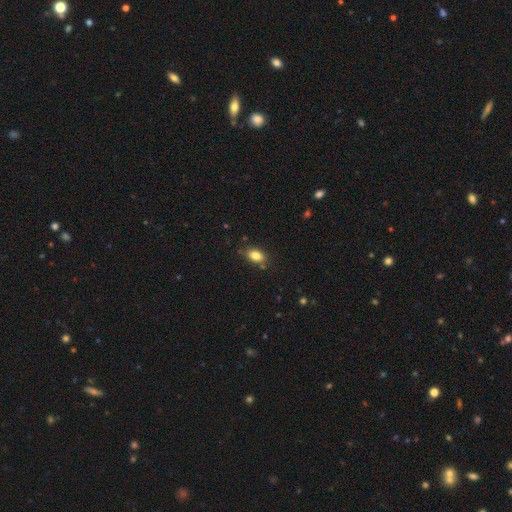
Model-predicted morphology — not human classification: Smooth or featured?
  - smooth: 84% *
  - star or artifact: 9%
  - featured or disk: 7%
How rounded?
  - in between: 88% *
  - round: 9%
  - cigar-shaped: 3%
Merging?
  - none: 81% *
  - minor disturbance: 13%
  - major disturbance: 3%
  - merger: 3%